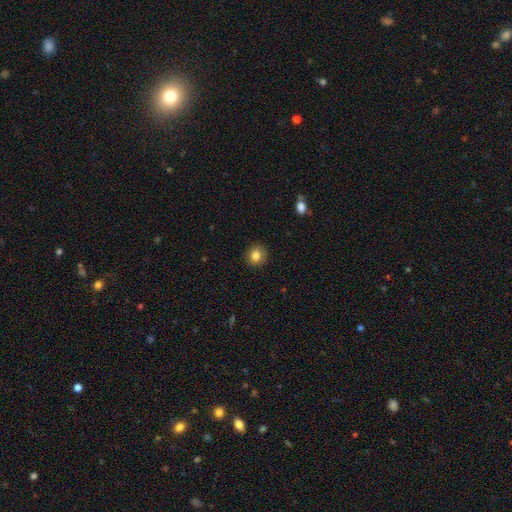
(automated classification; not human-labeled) Smooth or featured: smooth — 83% (star or artifact — 10%)
How rounded: round — 85% (in between — 14%)
Merging: none — 90% (minor disturbance — 7%)